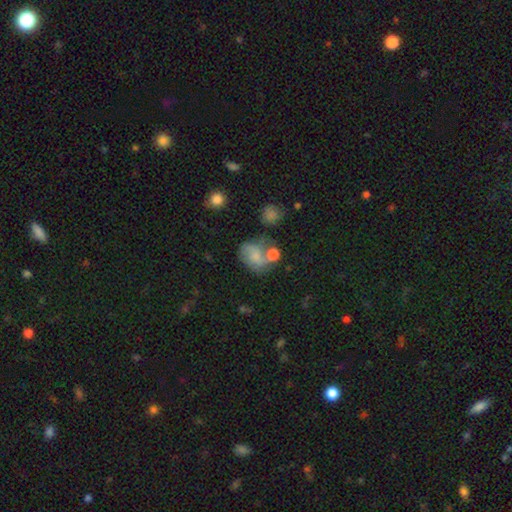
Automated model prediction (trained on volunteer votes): A featured or disk galaxy (44%, tied with smooth). Merging: none (41%).